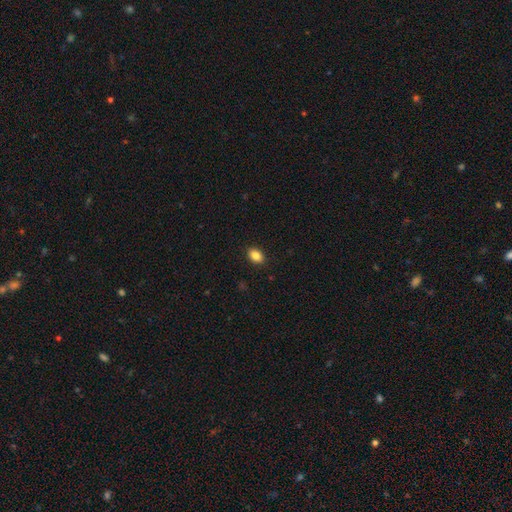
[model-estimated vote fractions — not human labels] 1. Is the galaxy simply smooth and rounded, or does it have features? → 86% smooth, 9% star or artifact, 5% featured or disk.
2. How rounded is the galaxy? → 82% in between, 17% round, 1% cigar-shaped.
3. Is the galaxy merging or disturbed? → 90% none, 7% minor disturbance, 2% major disturbance, 1% merger.